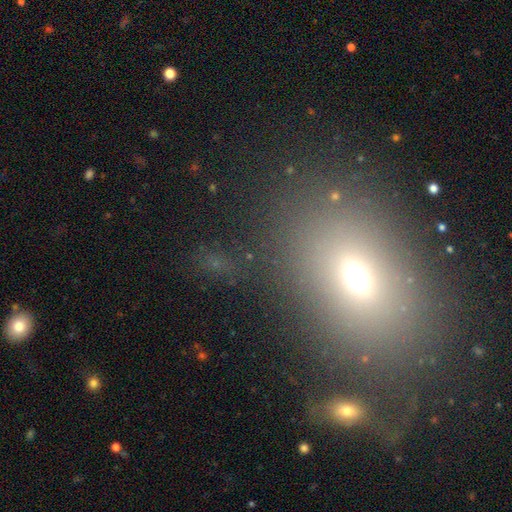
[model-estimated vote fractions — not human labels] This appears to be a smooth galaxy with no disk features (56%) that is in between round and cigar-shaped (65%). Merging: none (77%).